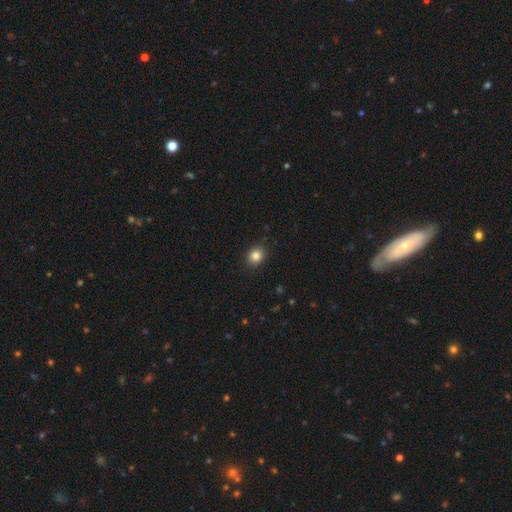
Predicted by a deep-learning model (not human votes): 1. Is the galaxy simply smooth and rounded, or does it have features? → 84% smooth, 11% star or artifact, 5% featured or disk.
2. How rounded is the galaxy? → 75% round, 24% in between, 1% cigar-shaped.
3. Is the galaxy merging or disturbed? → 88% none, 8% minor disturbance, 2% major disturbance, 1% merger.